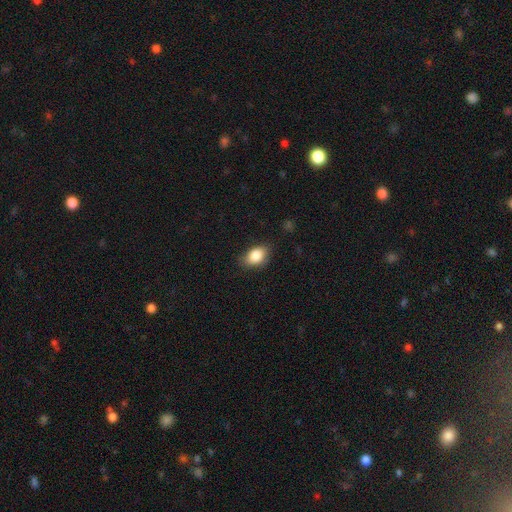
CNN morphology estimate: smooth_or_featured: smooth (p=0.85) [alt: star or artifact p=0.08]
how_rounded: in between (p=0.82) [alt: round p=0.17]
merging: none (p=0.78) [alt: minor disturbance p=0.17]